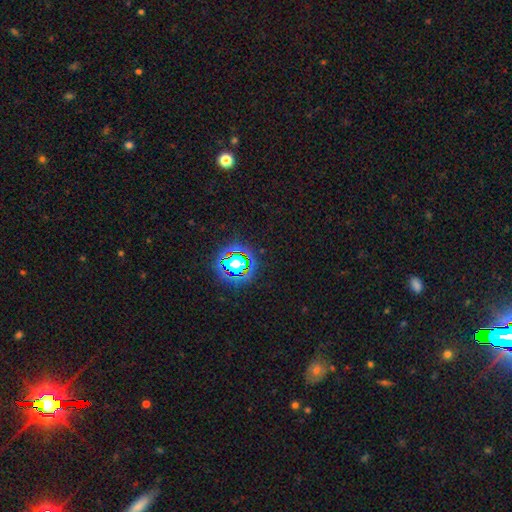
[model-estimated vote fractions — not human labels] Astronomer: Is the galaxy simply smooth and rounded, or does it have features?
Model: star or artifact — 80%.